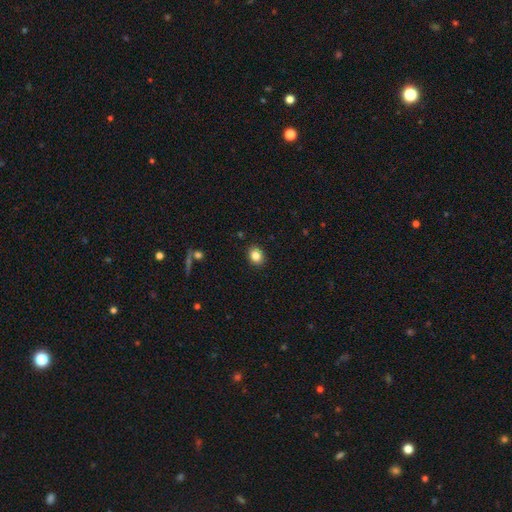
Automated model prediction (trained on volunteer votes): Smooth or featured: smooth — 83% (star or artifact — 10%)
How rounded: round — 58% (in between — 41%)
Merging: none — 90% (minor disturbance — 7%)